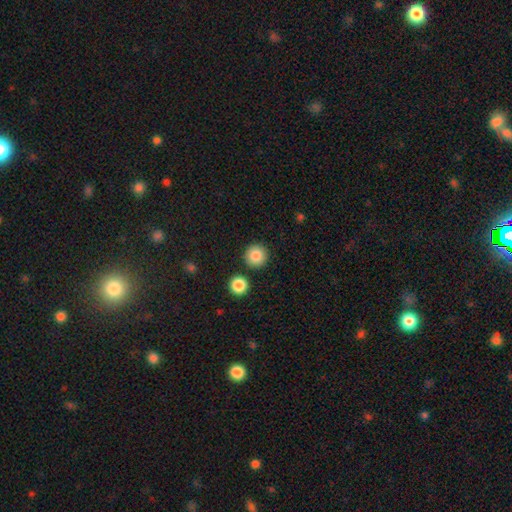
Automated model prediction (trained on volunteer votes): The model was most divided on "smooth or featured": smooth: 86%, star or artifact: 9%, featured or disk: 5%. More confident: how rounded — round (95%); merging — none (89%).